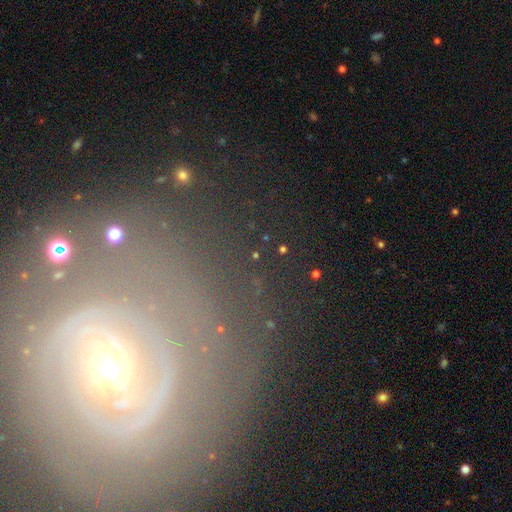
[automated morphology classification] Smooth or featured? star or artifact (61%)